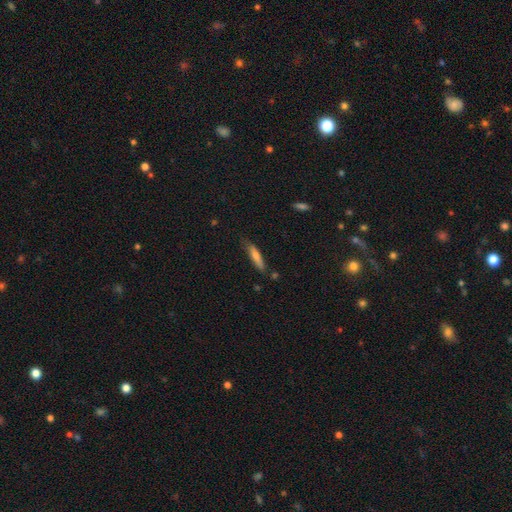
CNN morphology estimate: type=smooth (60%); roundness=cigar-shaped (86%); merging=none (75%).